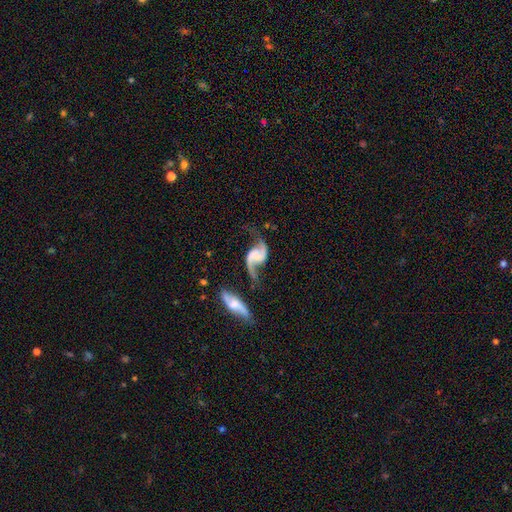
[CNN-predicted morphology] A featured or disk galaxy (90%) with no bar (50%), 2 (93%) loose (72%) spiral arms (97%) and no central bulge (56%). Merging: none (57%).